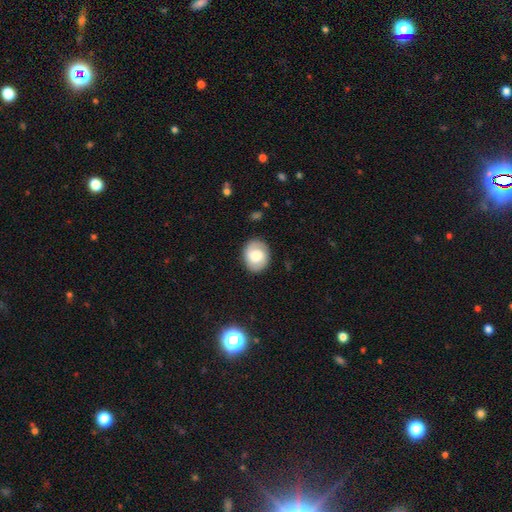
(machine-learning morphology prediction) Smooth or featured? smooth (51%)
How rounded? round (51%)
Merging? none (84%)